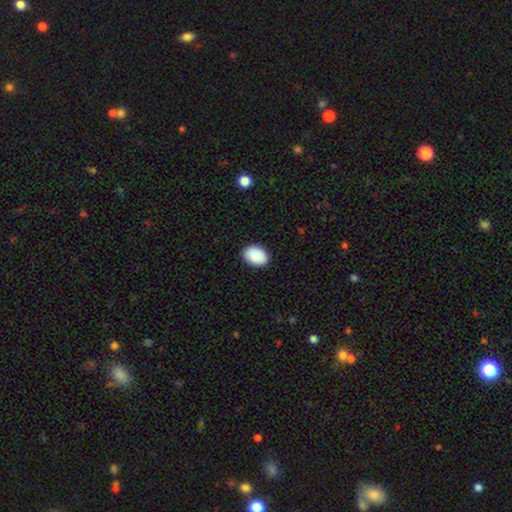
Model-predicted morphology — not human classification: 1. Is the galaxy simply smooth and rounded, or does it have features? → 91% smooth, 6% star or artifact, 3% featured or disk.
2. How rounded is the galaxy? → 81% in between, 18% round, 1% cigar-shaped.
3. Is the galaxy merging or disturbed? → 89% none, 8% minor disturbance, 2% major disturbance, 1% merger.